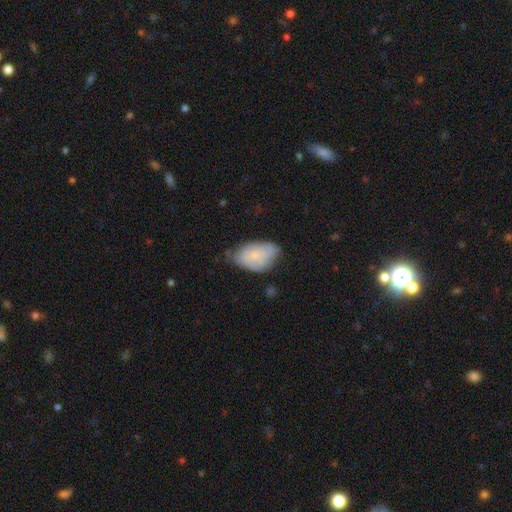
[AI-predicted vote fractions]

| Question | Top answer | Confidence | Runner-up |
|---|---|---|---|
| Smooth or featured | smooth | 60% | featured or disk (33%) |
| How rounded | in between | 91% | round (8%) |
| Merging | none | 49% | minor disturbance (39%) |